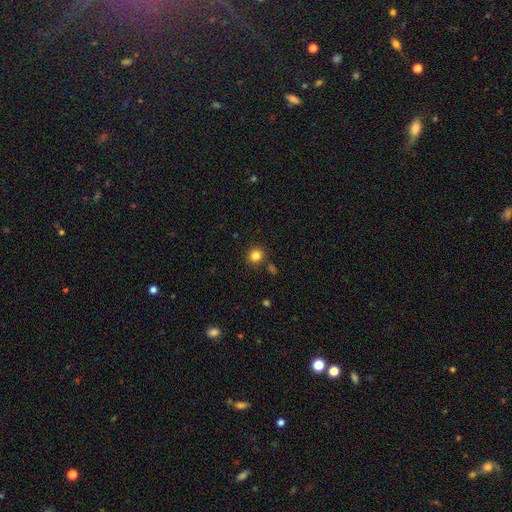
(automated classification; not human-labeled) smooth-or-featured: smooth: 83% | star or artifact: 12% | featured or disk: 5%
  how-rounded: round: 91% | in between: 8% | cigar-shaped: 1%
  merging: none: 87% | minor disturbance: 7% | merger: 4% | major disturbance: 2%